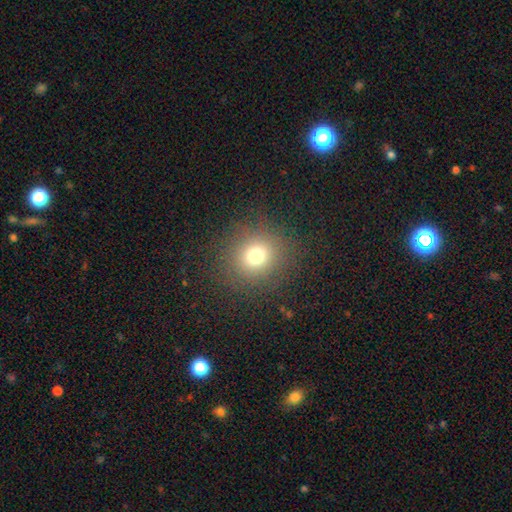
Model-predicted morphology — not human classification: This appears to be a smooth galaxy with no disk features (73%) that is round (87%). Merging: none (87%).